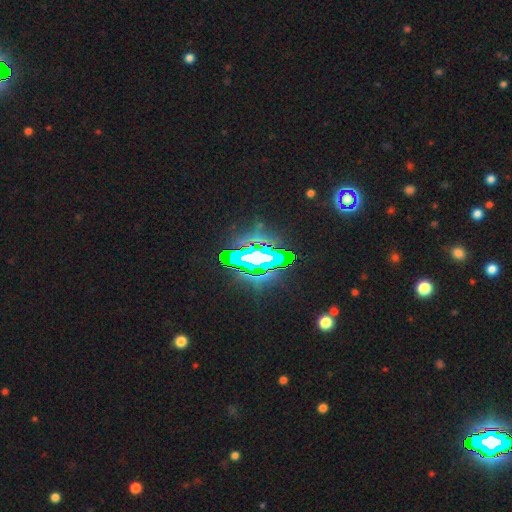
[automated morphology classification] Smooth or featured?
  - star or artifact: 65% *
  - featured or disk: 24%
  - smooth: 11%